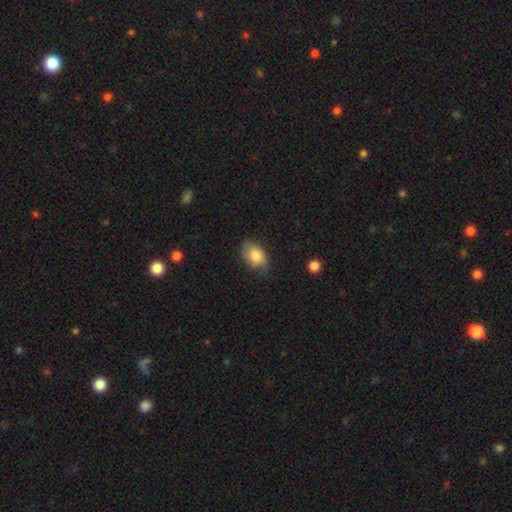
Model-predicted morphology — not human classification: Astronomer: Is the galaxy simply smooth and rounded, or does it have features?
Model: smooth — 78%.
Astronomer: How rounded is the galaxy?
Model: in between — 88%.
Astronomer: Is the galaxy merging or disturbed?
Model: none — 65%.